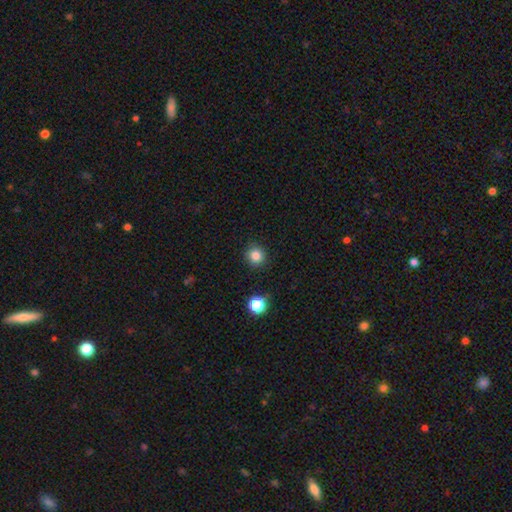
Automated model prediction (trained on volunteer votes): A smooth galaxy with no disk features (83%) that is round (92%). Merging: none (90%).